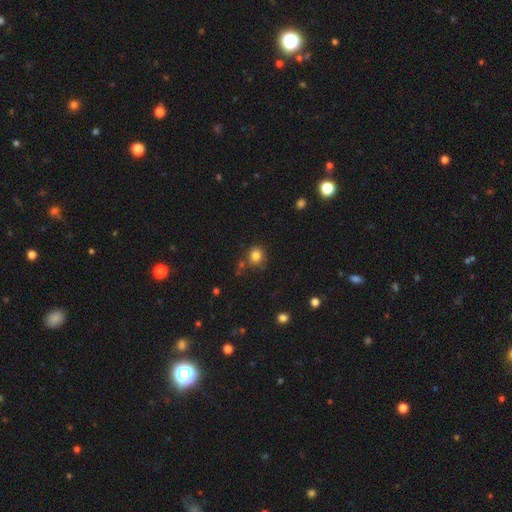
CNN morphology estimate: smooth-or-featured: smooth: 82% | star or artifact: 12% | featured or disk: 6%
  how-rounded: round: 78% | in between: 21% | cigar-shaped: 1%
  merging: none: 72% | minor disturbance: 16% | merger: 8% | major disturbance: 5%